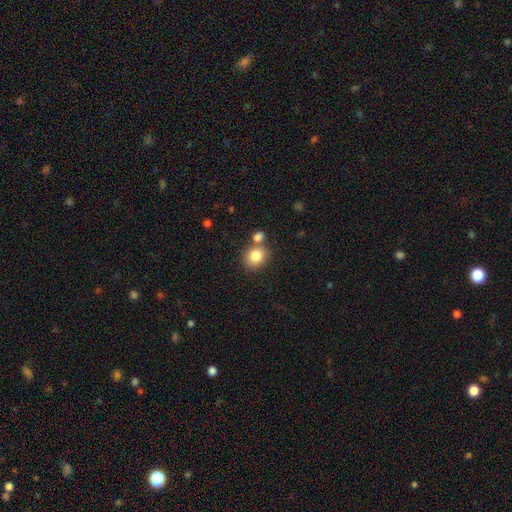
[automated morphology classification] A smooth galaxy with no disk features (83%) that is round (72%). Merging: none (61%).